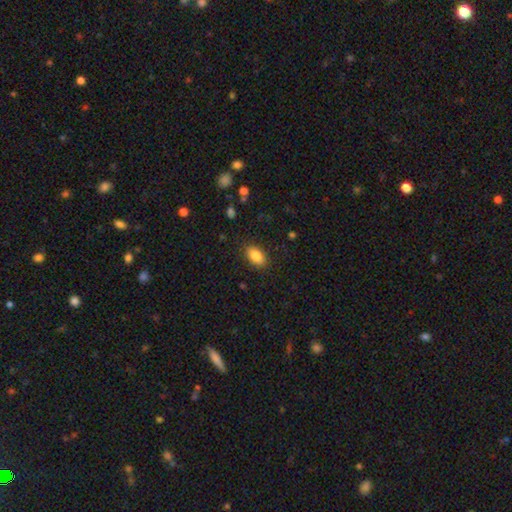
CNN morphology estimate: Smooth or featured? Predicted: smooth (p=0.85). How rounded? Predicted: in between (p=0.90). Merging? Predicted: none (p=0.87).